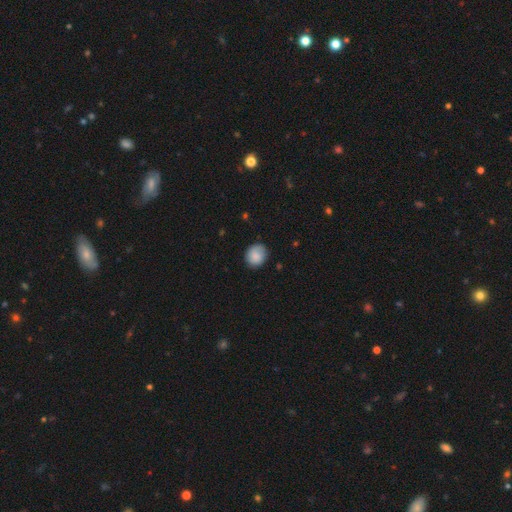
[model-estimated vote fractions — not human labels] Overall: smooth (86%). How rounded: round (77%). Merging: none (81%).